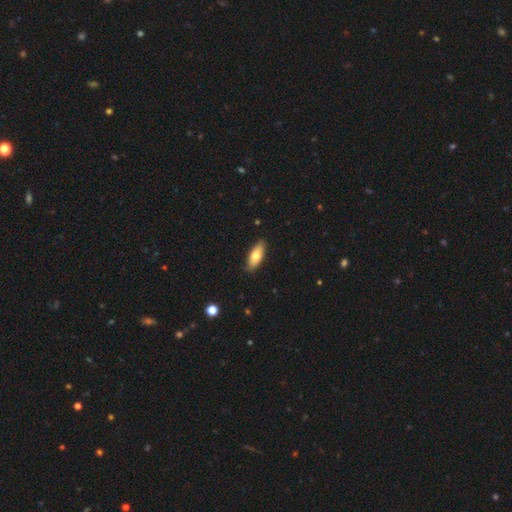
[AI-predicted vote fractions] A smooth galaxy with no disk features (73%) that is in between round and cigar-shaped (73%). Merging: none (86%).